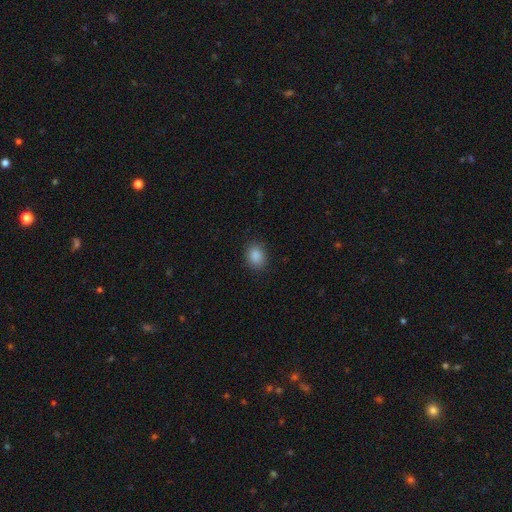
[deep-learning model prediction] Morphology: type=smooth (87%); roundness=in between (56%); merging=none (87%).